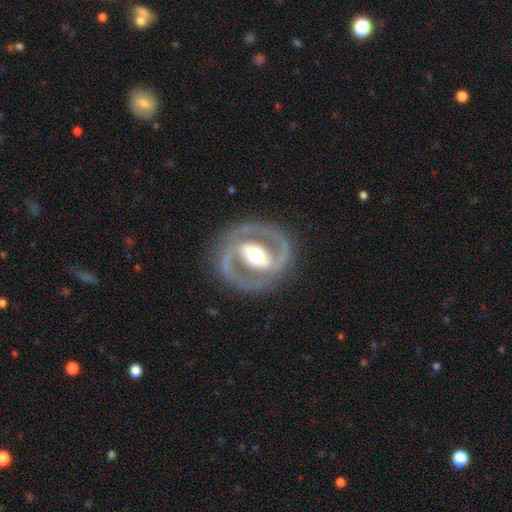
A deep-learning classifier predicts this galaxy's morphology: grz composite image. It shows a featured or disk galaxy (89%) with a strong bar (52%), 2 (92%) medium (51%) spiral arms (89%) and a moderate central bulge (68%). Merging: none (85%).